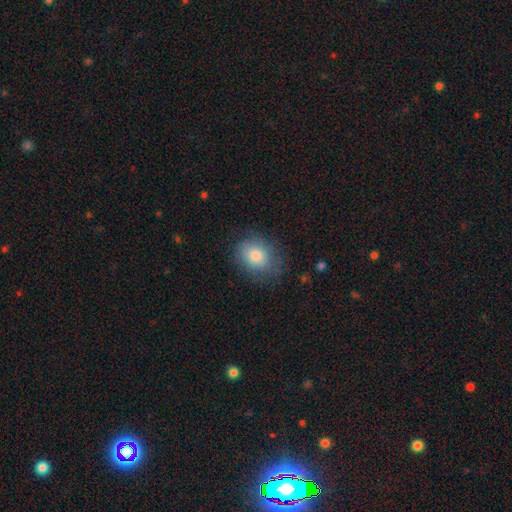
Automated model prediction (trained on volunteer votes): smooth 80%, featured or disk 12%, star or artifact 8%. Down the decision tree: how rounded — in between (52%); merging — none (73%).